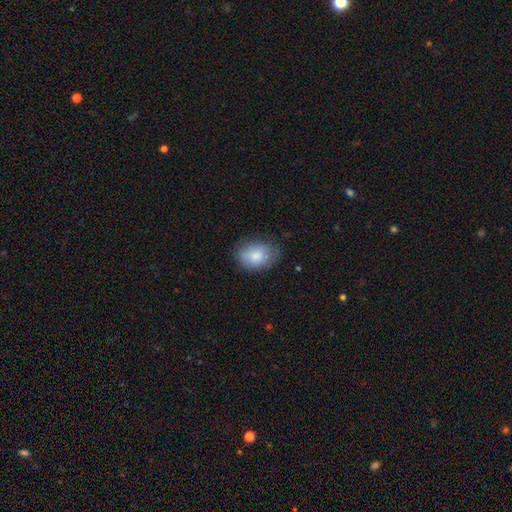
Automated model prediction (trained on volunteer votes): Smooth or featured? smooth (83%)
How rounded? in between (80%)
Merging? none (73%)